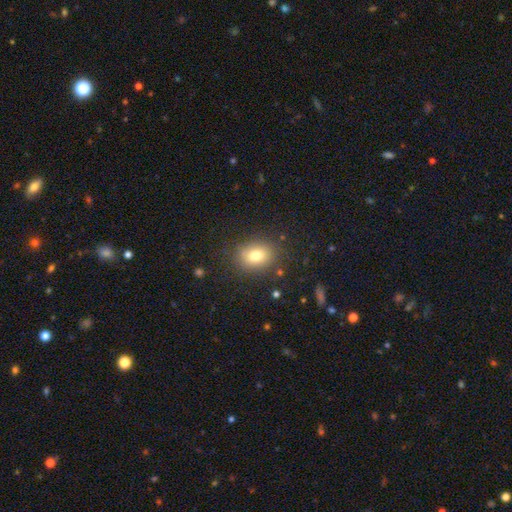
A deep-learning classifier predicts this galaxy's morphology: This is likely a smooth galaxy (78%). How rounded: possibly in between (52%). Merging: clearly none (84%).